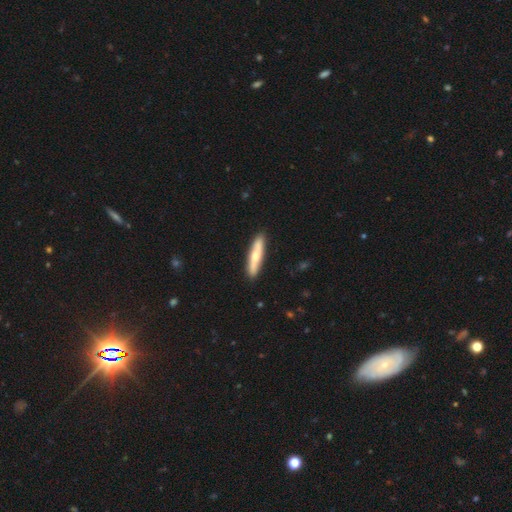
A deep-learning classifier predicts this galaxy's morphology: type=smooth (55%); roundness=cigar-shaped (87%); merging=none (89%).